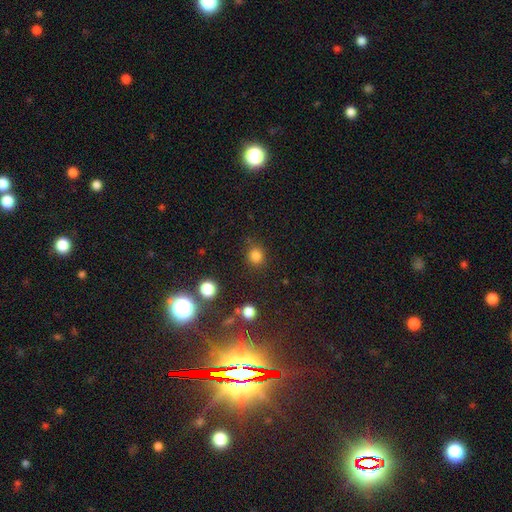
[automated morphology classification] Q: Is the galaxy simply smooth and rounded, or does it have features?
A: smooth — 81%.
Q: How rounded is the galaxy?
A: round — 86%.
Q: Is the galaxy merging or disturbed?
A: none — 83%.